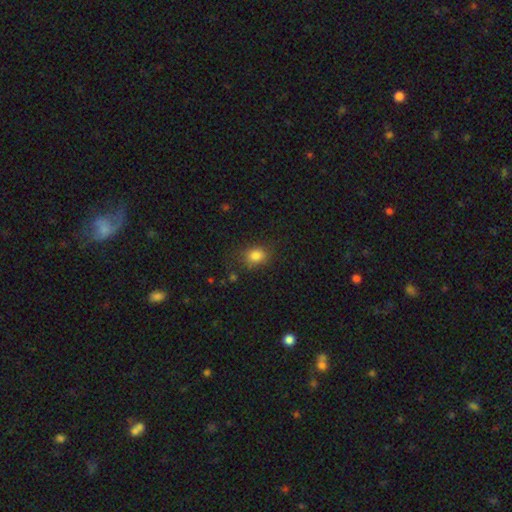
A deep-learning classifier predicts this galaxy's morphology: Smooth or featured?
  - smooth: 83% *
  - star or artifact: 11%
  - featured or disk: 6%
How rounded?
  - round: 50% *
  - in between: 49%
  - cigar-shaped: 1%
Merging?
  - none: 77% *
  - minor disturbance: 16%
  - major disturbance: 5%
  - merger: 2%